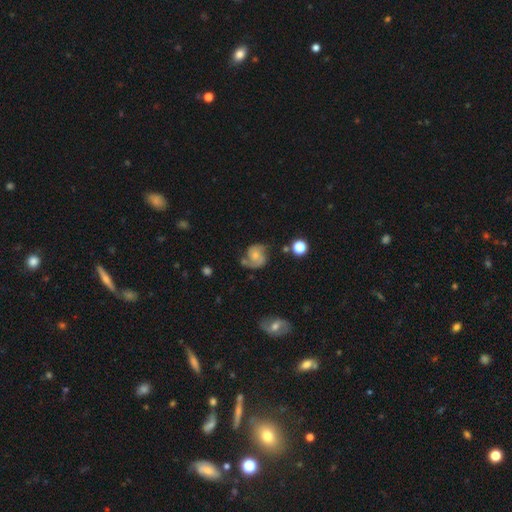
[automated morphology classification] This appears to be a featured or disk galaxy (76%) with no bar (69%), 2 (78%) medium (46%) spiral arms (95%) and a small central bulge (51%). Merging: none (59%).